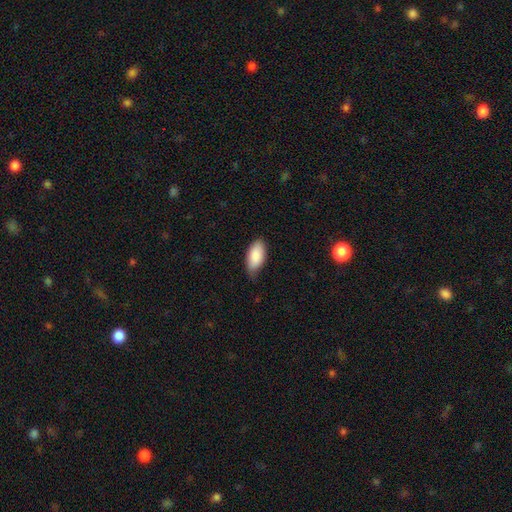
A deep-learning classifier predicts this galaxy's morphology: type=smooth (88%); roundness=in between (92%); merging=none (67%).